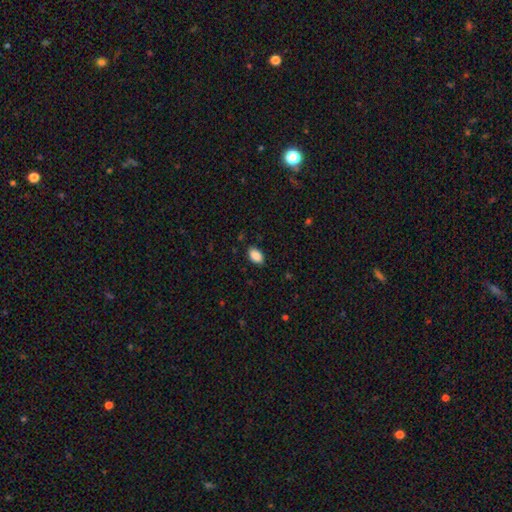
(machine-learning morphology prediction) Smooth or featured?
  - smooth: 90% *
  - star or artifact: 7%
  - featured or disk: 3%
How rounded?
  - in between: 91% *
  - round: 7%
  - cigar-shaped: 1%
Merging?
  - none: 87% *
  - minor disturbance: 10%
  - major disturbance: 2%
  - merger: 1%